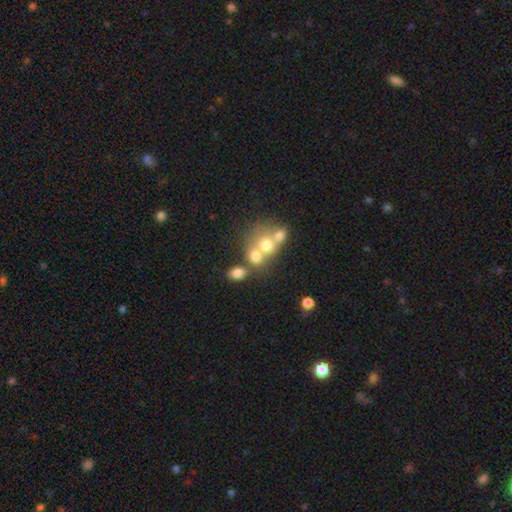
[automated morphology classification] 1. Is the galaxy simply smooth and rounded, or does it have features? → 65% smooth, 21% featured or disk, 14% star or artifact.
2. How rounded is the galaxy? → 67% round, 32% in between, 1% cigar-shaped.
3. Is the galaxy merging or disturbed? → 55% merger, 31% none, 8% minor disturbance, 6% major disturbance.